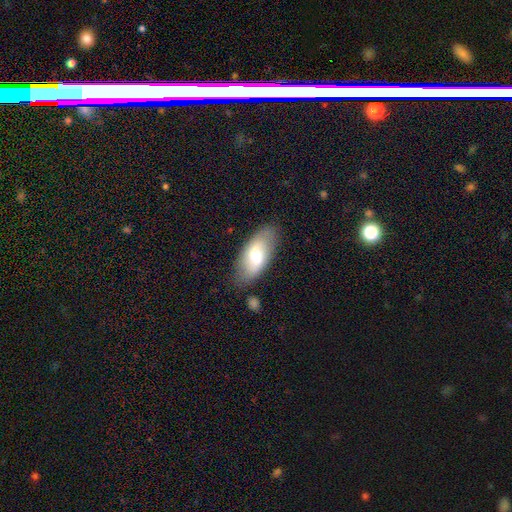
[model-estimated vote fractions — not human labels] A smooth galaxy with no disk features (59%) that is in between round and cigar-shaped (88%).

Vote fractions:
- Smooth or featured? smooth: 59% / featured or disk: 35% / star or artifact: 6%
- How rounded? in between: 88% / cigar-shaped: 10% / round: 3%
- Merging? none: 79% / minor disturbance: 15% / major disturbance: 4% / merger: 2%